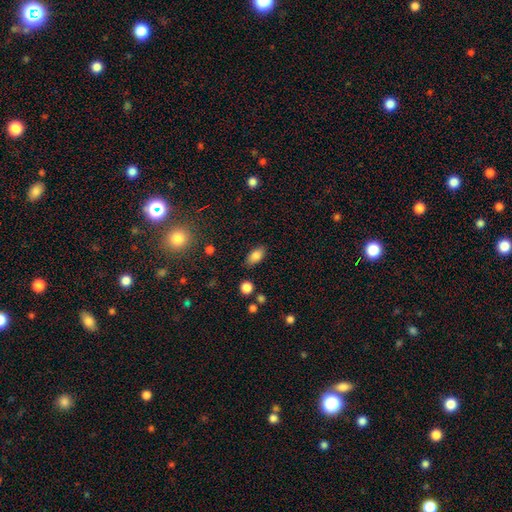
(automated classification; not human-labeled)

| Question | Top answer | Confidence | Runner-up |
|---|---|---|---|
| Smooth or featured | smooth | 84% | star or artifact (9%) |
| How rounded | in between | 89% | round (6%) |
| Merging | none | 83% | minor disturbance (12%) |